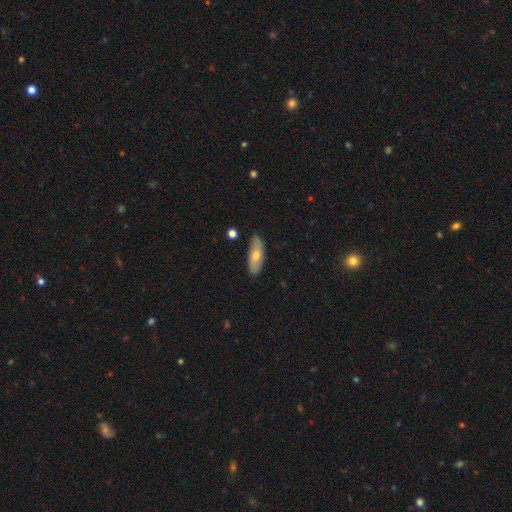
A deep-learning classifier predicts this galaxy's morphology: smooth 68%, featured or disk 26%, star or artifact 6%. Down the decision tree: how rounded — in between (71%); merging — none (81%).